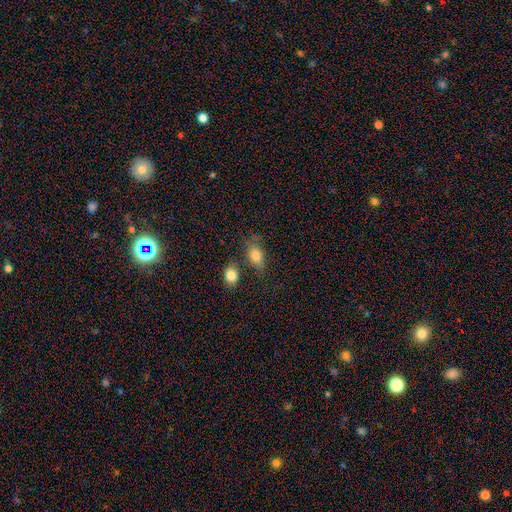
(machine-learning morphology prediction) type=smooth (81%); roundness=in between (82%); merging=none (54%).